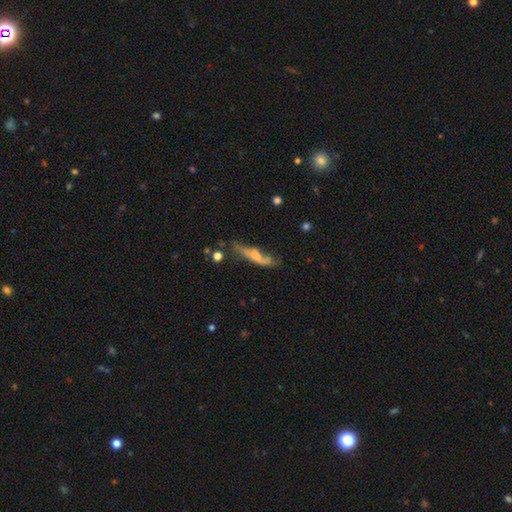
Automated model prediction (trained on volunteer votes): Smooth or featured: featured or disk — 53% (smooth — 39%)
Edge-on disk: yes — 62% (no — 38%)
Merging: none — 44% (minor disturbance — 29%)